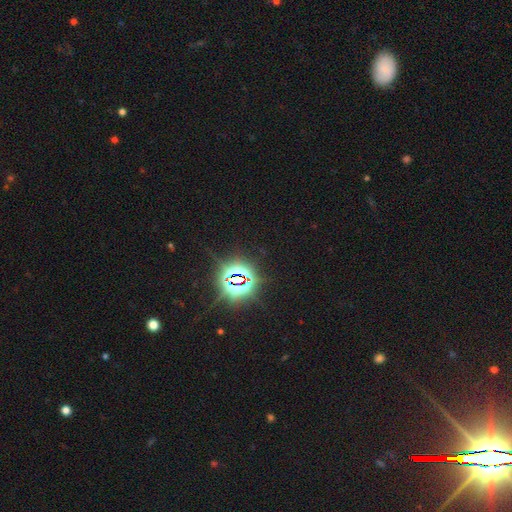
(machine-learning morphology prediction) Smooth or featured? Predicted: star or artifact (p=0.83).